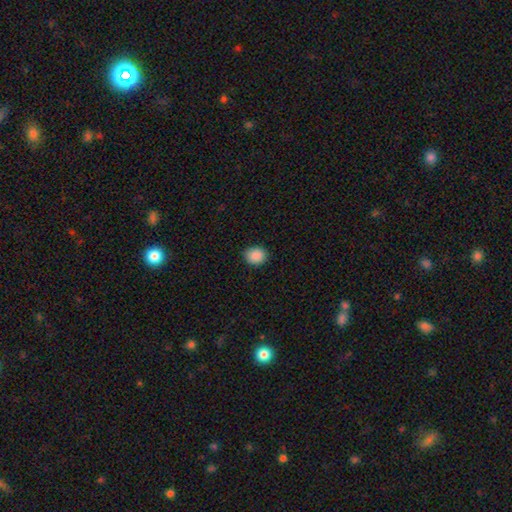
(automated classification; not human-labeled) This appears to be a smooth galaxy with no disk features (89%) that is round (64%). Merging: none (88%).